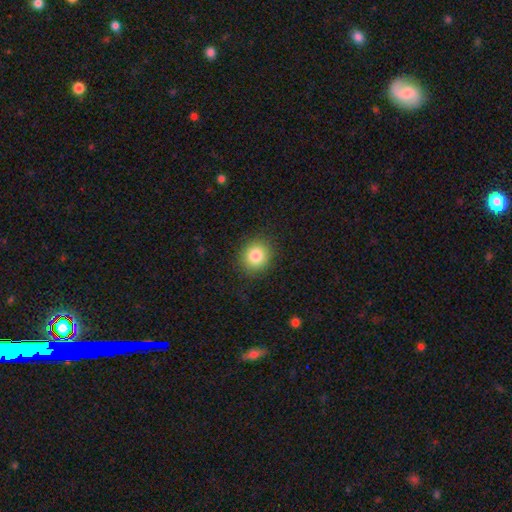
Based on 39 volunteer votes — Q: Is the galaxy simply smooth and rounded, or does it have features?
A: smooth — 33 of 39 (85%).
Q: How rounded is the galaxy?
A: round — 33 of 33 (100%).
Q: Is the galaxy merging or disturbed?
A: none — 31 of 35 (89%).